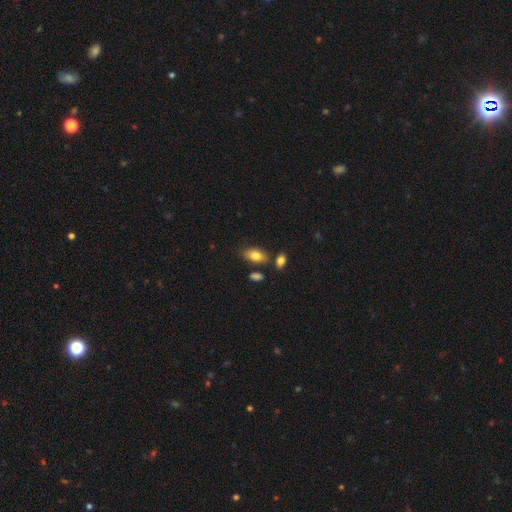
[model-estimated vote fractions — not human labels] A smooth galaxy with no disk features (82%) that is in between round and cigar-shaped (91%).

Vote fractions:
- Smooth or featured? smooth: 82% / featured or disk: 10% / star or artifact: 8%
- How rounded? in between: 91% / round: 6% / cigar-shaped: 3%
- Merging? none: 74% / minor disturbance: 13% / merger: 9% / major disturbance: 3%